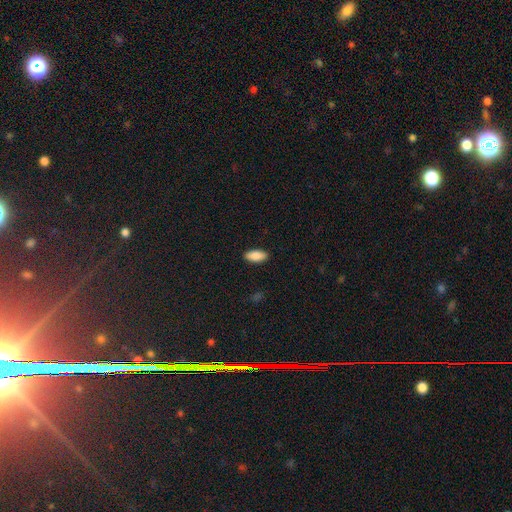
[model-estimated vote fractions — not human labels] smooth 88%, star or artifact 6%, featured or disk 5%. Down the decision tree: how rounded — in between (88%); merging — none (90%).